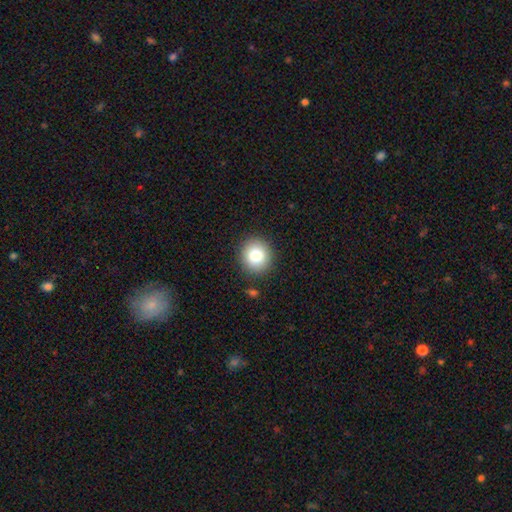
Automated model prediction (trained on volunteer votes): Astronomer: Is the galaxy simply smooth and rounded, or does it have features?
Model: smooth — 82%.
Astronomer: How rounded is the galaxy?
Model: round — 89%.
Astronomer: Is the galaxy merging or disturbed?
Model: none — 89%.